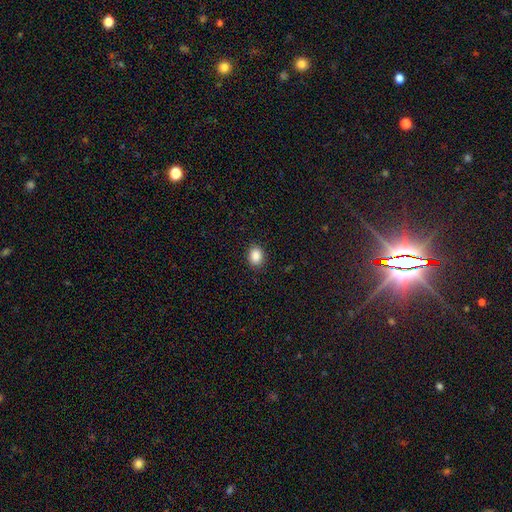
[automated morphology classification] Q: Smooth or featured?
A: smooth (88%); runner-up: star or artifact (9%)
Q: How rounded?
A: in between (55%); runner-up: round (44%)
Q: Merging?
A: none (89%); runner-up: minor disturbance (8%)